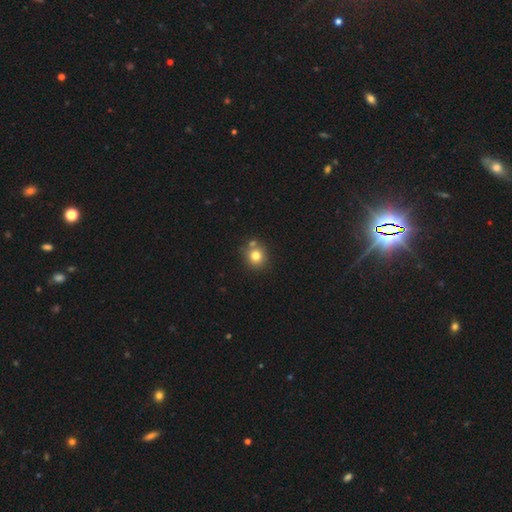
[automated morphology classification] smooth-or-featured: smooth: 78% | star or artifact: 12% | featured or disk: 9%
  how-rounded: round: 86% | in between: 13% | cigar-shaped: 1%
  merging: none: 70% | merger: 17% | minor disturbance: 10% | major disturbance: 3%